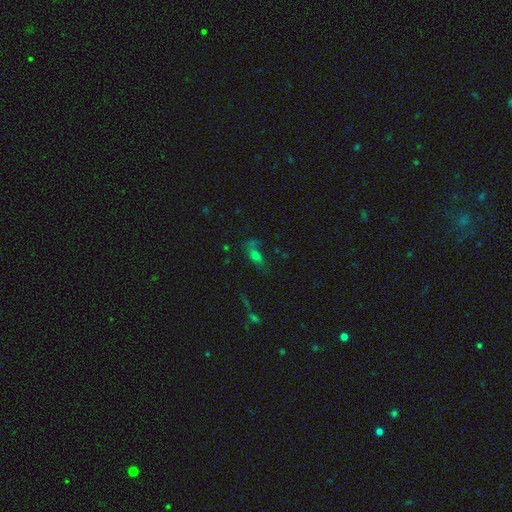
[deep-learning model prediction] Overall: smooth (56%; star or artifact 23%). How rounded: in between (73%). Merging: none (44%; major disturbance 20%).